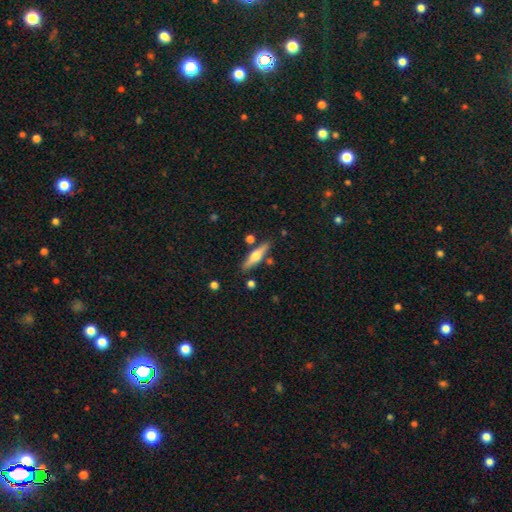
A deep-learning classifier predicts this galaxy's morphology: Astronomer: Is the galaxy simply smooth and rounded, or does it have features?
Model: featured or disk — 54% (runner-up: smooth, 40%).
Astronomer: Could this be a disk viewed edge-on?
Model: yes — 94%.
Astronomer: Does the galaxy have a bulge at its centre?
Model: rounded — 92%.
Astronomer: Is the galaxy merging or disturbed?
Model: none — 83%.